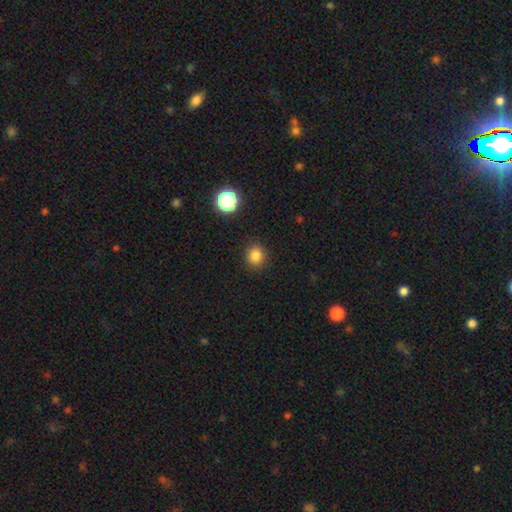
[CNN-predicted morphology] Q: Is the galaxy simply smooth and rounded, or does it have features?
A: smooth — 83%.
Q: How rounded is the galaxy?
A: round — 88%.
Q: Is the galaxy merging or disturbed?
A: none — 90%.